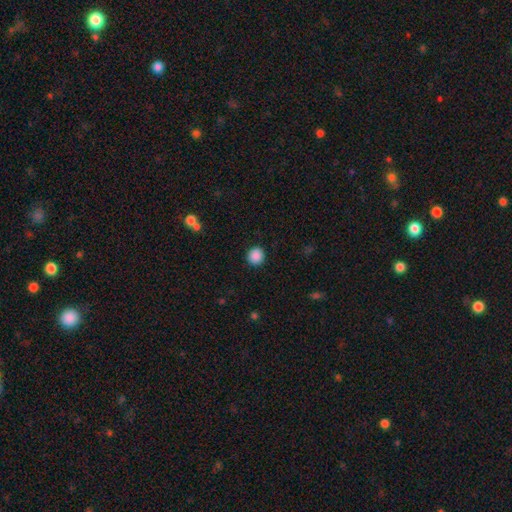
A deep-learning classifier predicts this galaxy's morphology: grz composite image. It shows a smooth galaxy with no disk features (88%) that is round (93%). Merging: none (91%).